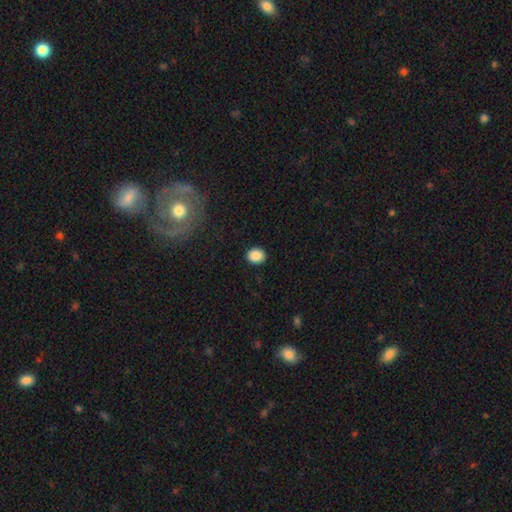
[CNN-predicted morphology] A smooth galaxy with no disk features (89%) that is round (63%). Merging: none (90%).